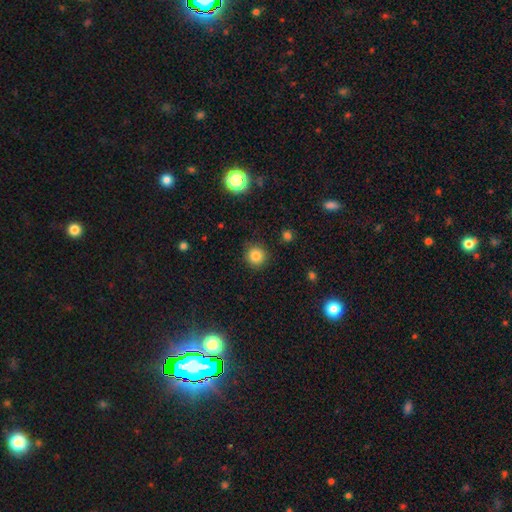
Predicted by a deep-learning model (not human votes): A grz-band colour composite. It shows a smooth galaxy with no disk features (83%) that is round (93%). Merging: none (90%).